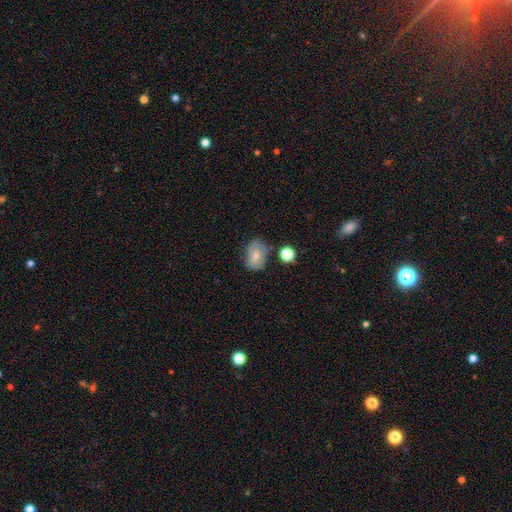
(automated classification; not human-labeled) smooth-or-featured: smooth: 58% | featured or disk: 32% | star or artifact: 10%
  how-rounded: in between: 73% | round: 26% | cigar-shaped: 1%
  merging: none: 65% | minor disturbance: 23% | major disturbance: 6% | merger: 6%